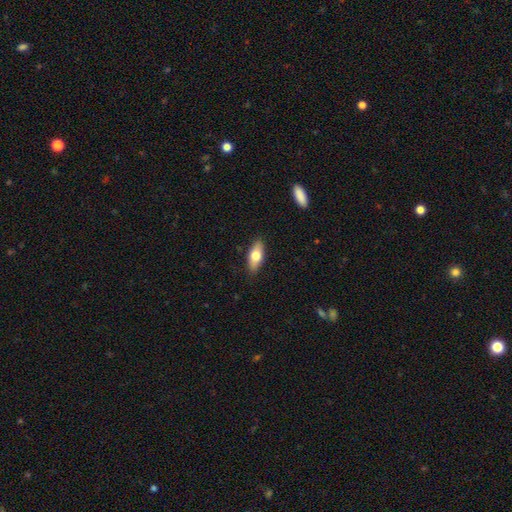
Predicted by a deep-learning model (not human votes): This appears to be a smooth galaxy with no disk features (67%) that is in between round and cigar-shaped (76%). Merging: none (87%).